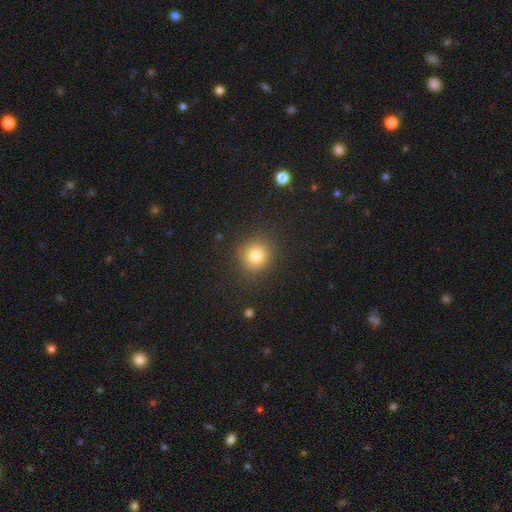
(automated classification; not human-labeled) Q: Smooth or featured?
A: smooth (81%); runner-up: star or artifact (12%)
Q: How rounded?
A: round (86%); runner-up: in between (13%)
Q: Merging?
A: none (87%); runner-up: minor disturbance (8%)